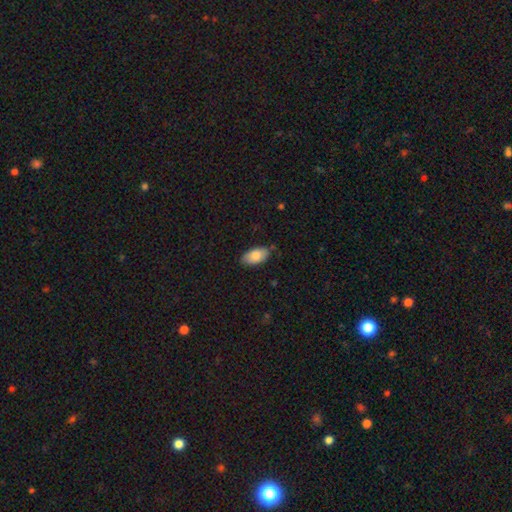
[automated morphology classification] smooth-or-featured: smooth: 84% | featured or disk: 10% | star or artifact: 6%
  how-rounded: in between: 94% | cigar-shaped: 4% | round: 3%
  merging: none: 77% | minor disturbance: 18% | major disturbance: 3% | merger: 2%